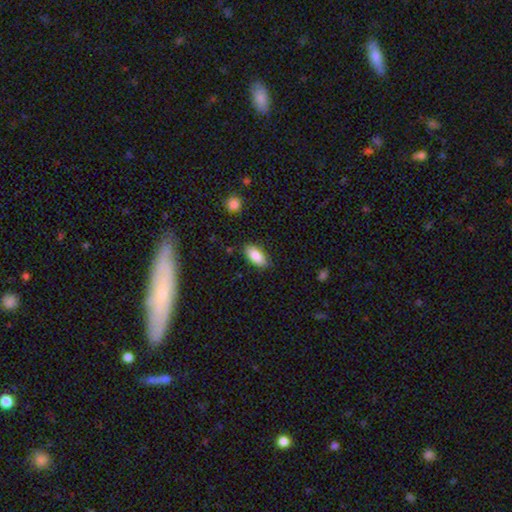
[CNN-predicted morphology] type=smooth (86%); roundness=in between (89%); merging=none (84%).